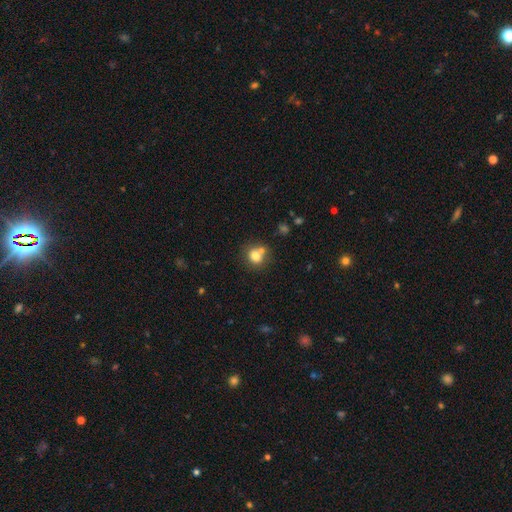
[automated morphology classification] Overall: smooth (76%). How rounded: round (77%). Merging: none (50%; merger 36%).